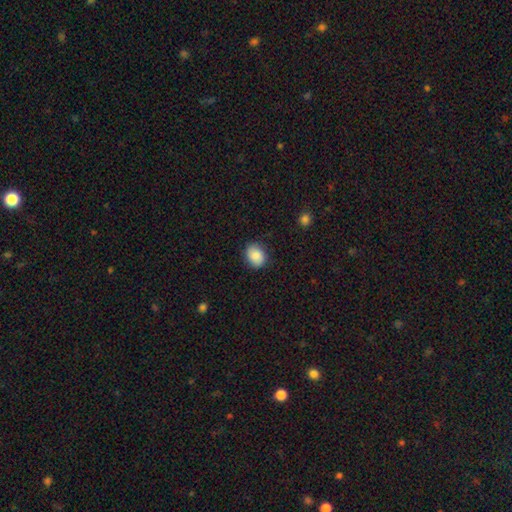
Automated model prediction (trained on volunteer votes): Morphology: type=smooth (85%); roundness=in between (50%); merging=none (84%).